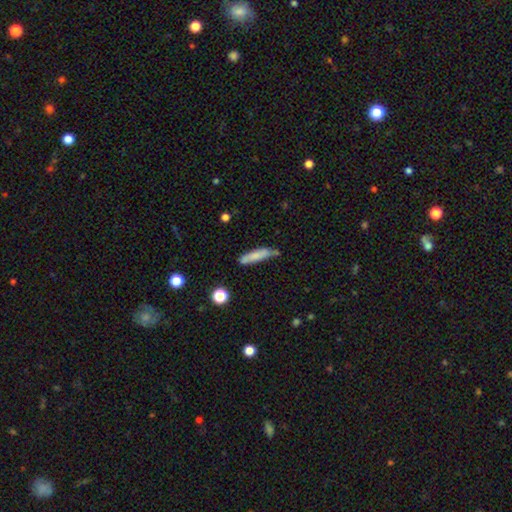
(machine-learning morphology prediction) The model was most divided on "merging": none: 63%, minor disturbance: 22%, merger: 9%, major disturbance: 5%. More confident: how rounded — cigar-shaped (80%); smooth or featured — smooth (73%).